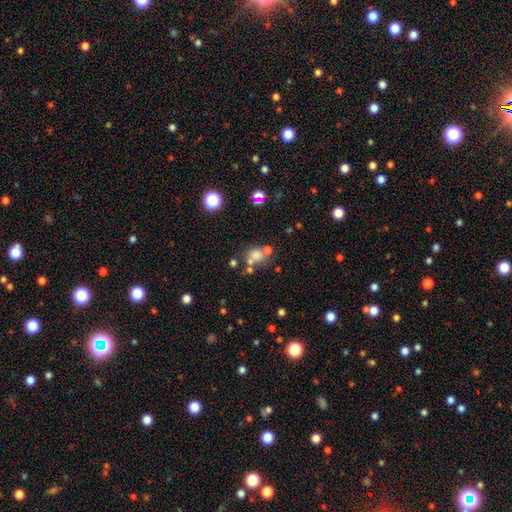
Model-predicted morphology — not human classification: smooth 65%, star or artifact 18%, featured or disk 16%. Down the decision tree: how rounded — round (70%); merging — none (47%).